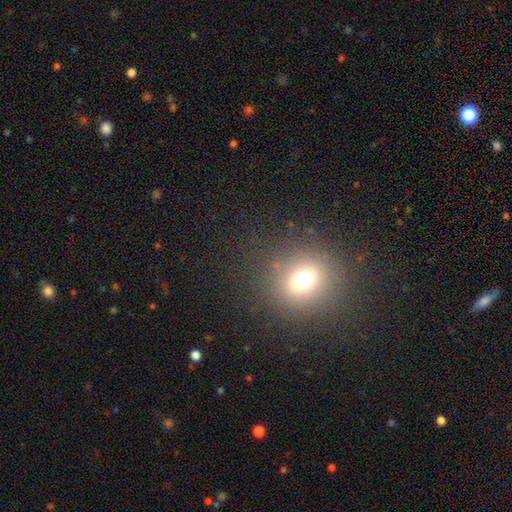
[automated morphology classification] A smooth galaxy with no disk features (61%) that is round (74%).

Vote fractions:
- Smooth or featured? smooth: 61% / star or artifact: 29% / featured or disk: 10%
- How rounded? round: 74% / in between: 25% / cigar-shaped: 2%
- Merging? none: 91% / minor disturbance: 6% / major disturbance: 2% / merger: 1%